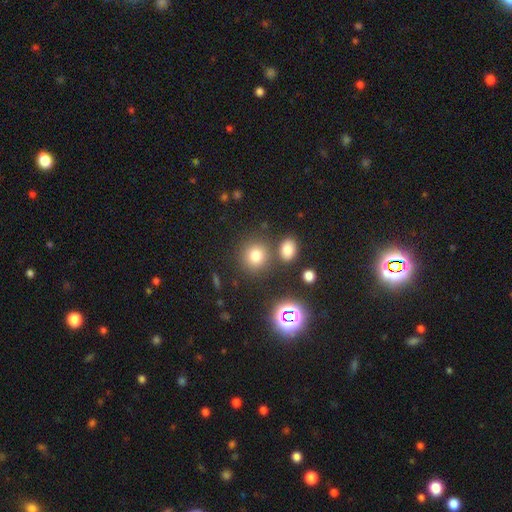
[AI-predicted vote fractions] Smooth or featured? smooth (73%)
How rounded? round (85%)
Merging? none (77%)